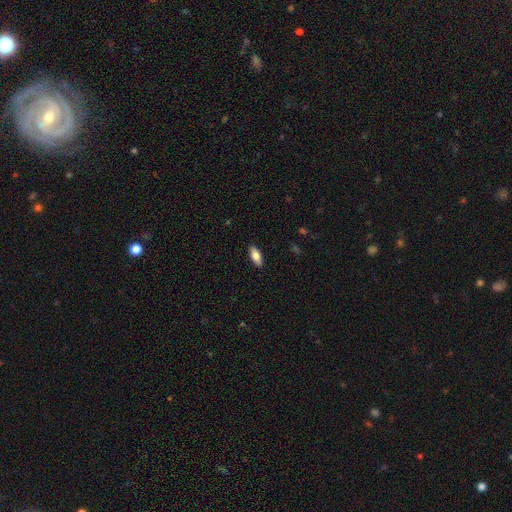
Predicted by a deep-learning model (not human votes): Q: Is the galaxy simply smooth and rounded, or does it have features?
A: smooth — 76%.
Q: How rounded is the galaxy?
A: in between — 80%.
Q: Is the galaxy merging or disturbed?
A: none — 90%.